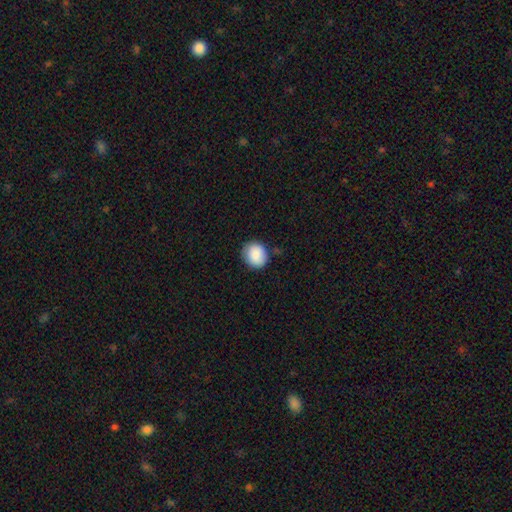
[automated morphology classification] smooth_or_featured: smooth (p=0.88) [alt: star or artifact p=0.07]
how_rounded: round (p=0.77) [alt: in between p=0.22]
merging: none (p=0.82) [alt: minor disturbance p=0.13]